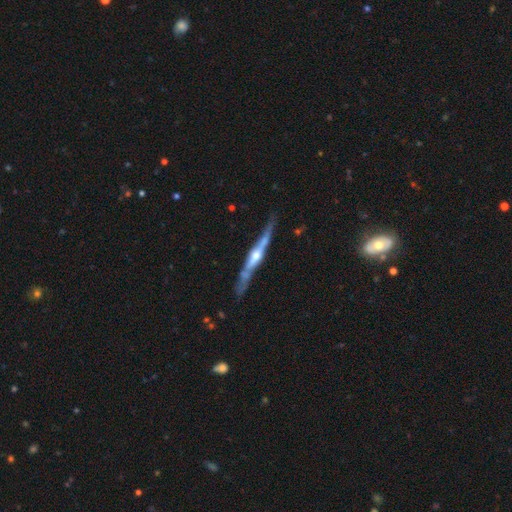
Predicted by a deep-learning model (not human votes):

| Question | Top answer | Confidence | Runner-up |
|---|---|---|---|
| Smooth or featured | featured or disk | 79% | smooth (16%) |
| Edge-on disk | yes | 95% | no (5%) |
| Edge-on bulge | rounded | 82% | boxy (10%) |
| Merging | none | 72% | minor disturbance (18%) |